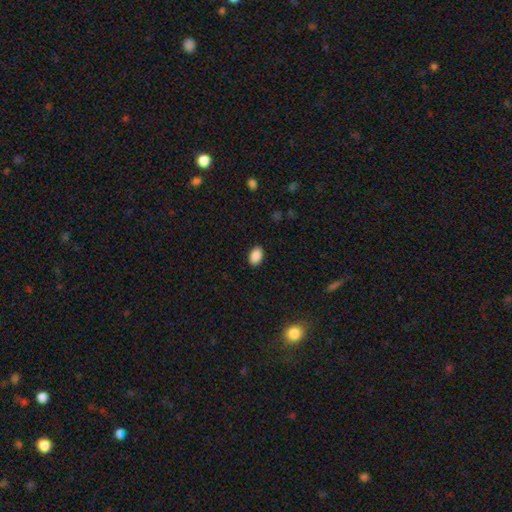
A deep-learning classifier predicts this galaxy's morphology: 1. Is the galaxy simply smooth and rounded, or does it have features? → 90% smooth, 8% star or artifact, 3% featured or disk.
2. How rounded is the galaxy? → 88% in between, 11% round, 1% cigar-shaped.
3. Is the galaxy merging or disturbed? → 89% none, 8% minor disturbance, 2% major disturbance, 1% merger.